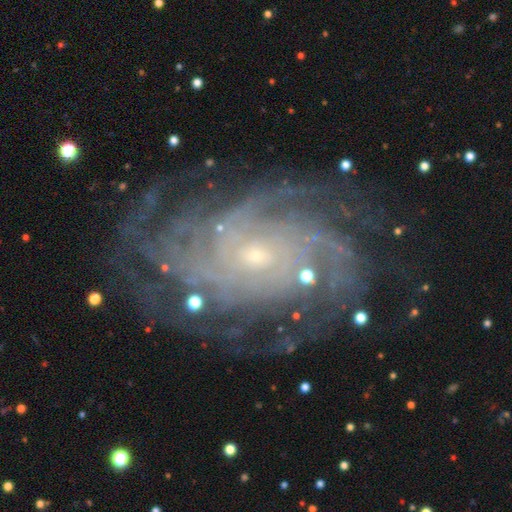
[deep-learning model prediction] smooth_or_featured: featured or disk (p=0.88) [alt: star or artifact p=0.08]
disk_edge_on: no (p=0.97) [alt: yes p=0.03]
bar: no (p=0.74) [alt: weak p=0.20]
has_spiral_arms: yes (p=0.97) [alt: no p=0.03]
spiral_winding: tight (p=0.65) [alt: medium p=0.28]
spiral_arm_count: can't tell (p=0.26) [alt: more than 4 p=0.23]
bulge_size: small (p=0.78) [alt: moderate p=0.17]
merging: none (p=0.73) [alt: minor disturbance p=0.16]